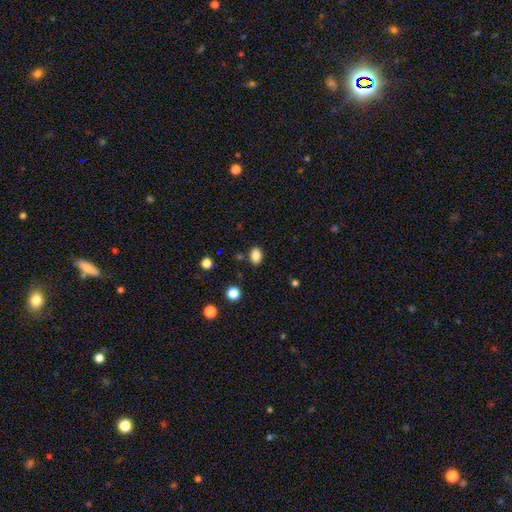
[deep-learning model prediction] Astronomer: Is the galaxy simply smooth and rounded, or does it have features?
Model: smooth — 86%.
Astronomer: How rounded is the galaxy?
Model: in between — 80%.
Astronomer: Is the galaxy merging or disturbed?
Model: none — 83%.